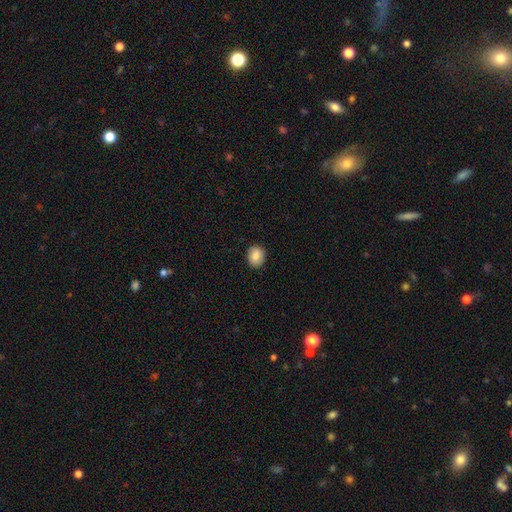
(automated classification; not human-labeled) Smooth or featured? smooth (87%)
How rounded? round (60%)
Merging? none (89%)